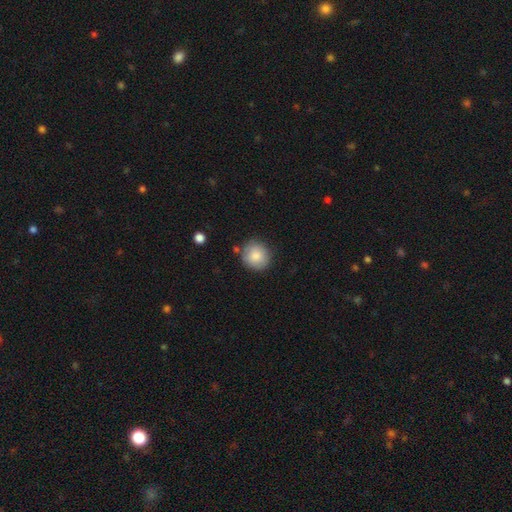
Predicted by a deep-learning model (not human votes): Q: Smooth or featured?
A: smooth (86%); runner-up: star or artifact (7%)
Q: How rounded?
A: round (90%); runner-up: in between (9%)
Q: Merging?
A: none (82%); runner-up: minor disturbance (11%)